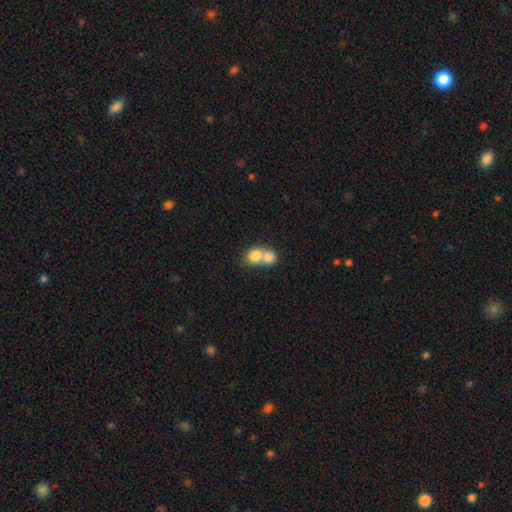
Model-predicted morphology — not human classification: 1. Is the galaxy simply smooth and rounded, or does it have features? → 77% smooth, 14% featured or disk, 8% star or artifact.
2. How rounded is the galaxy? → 68% round, 30% in between, 1% cigar-shaped.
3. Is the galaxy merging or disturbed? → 72% merger, 21% none, 4% minor disturbance, 2% major disturbance.